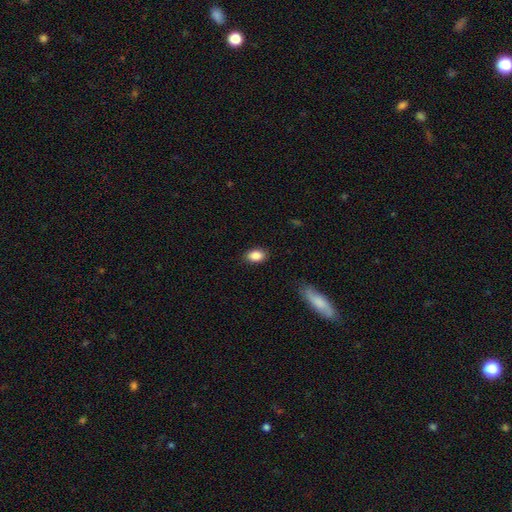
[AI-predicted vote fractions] Morphology: type=smooth (87%); roundness=in between (85%); merging=none (86%).